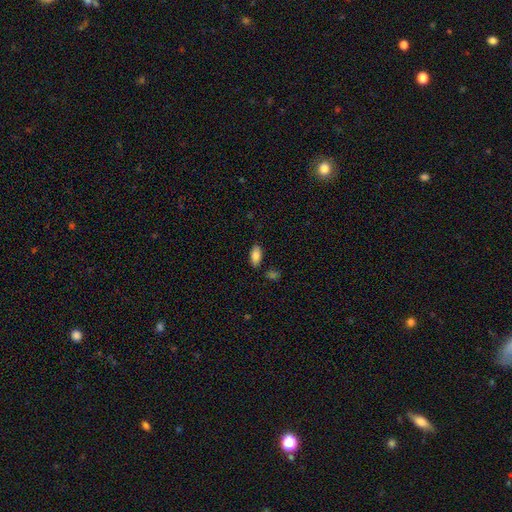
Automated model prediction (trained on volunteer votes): Smooth or featured? Predicted: smooth (p=0.84). How rounded? Predicted: in between (p=0.91). Merging? Predicted: none (p=0.84).